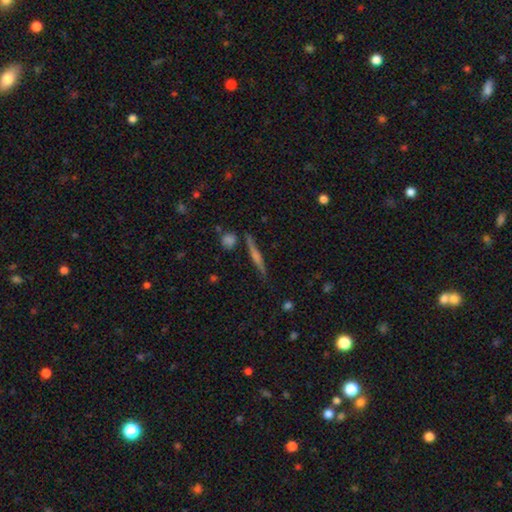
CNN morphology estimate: smooth-or-featured: featured or disk: 64% | smooth: 27% | star or artifact: 9%
  disk-edge-on: yes: 97% | no: 3%
    edge-on-bulge: rounded: 62% | none: 24% | boxy: 14%
  merging: none: 86% | minor disturbance: 9% | merger: 3% | major disturbance: 2%